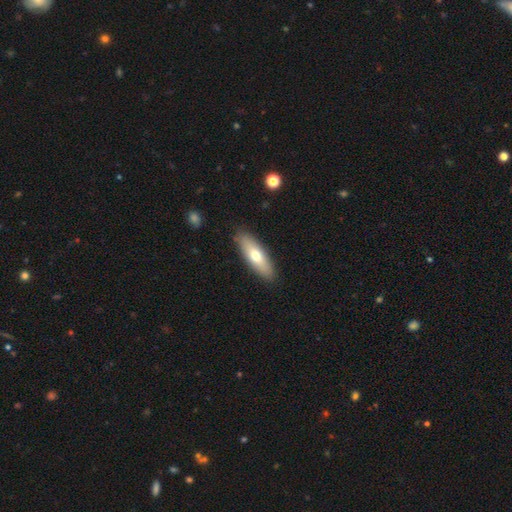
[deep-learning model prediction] Smooth or featured?
  - smooth: 65% *
  - featured or disk: 29%
  - star or artifact: 6%
How rounded?
  - in between: 54% *
  - cigar-shaped: 44%
  - round: 2%
Merging?
  - none: 88% *
  - minor disturbance: 9%
  - major disturbance: 2%
  - merger: 1%